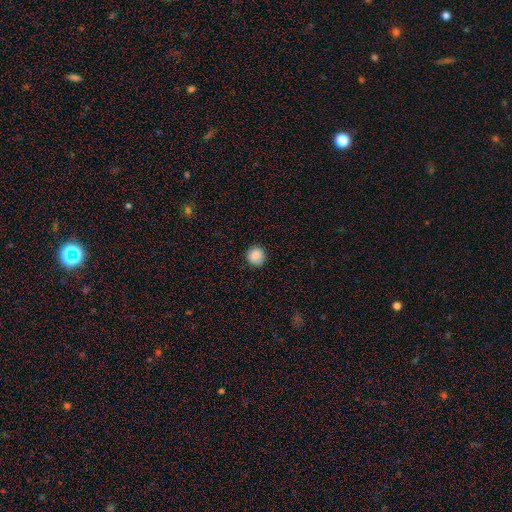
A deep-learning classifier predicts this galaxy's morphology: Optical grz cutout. It shows a smooth galaxy with no disk features (88%) that is round (95%). Merging: none (92%).